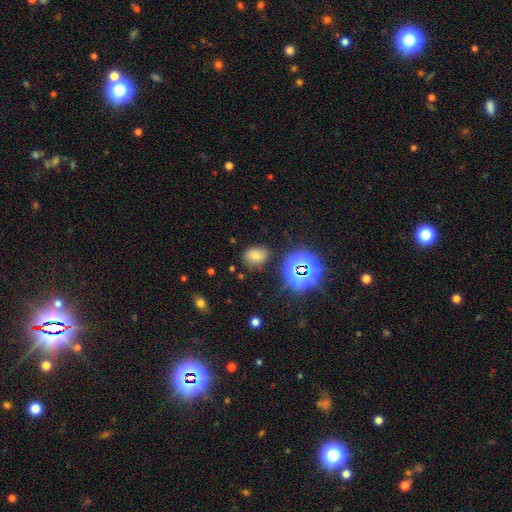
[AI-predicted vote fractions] smooth 57%, star or artifact 32%, featured or disk 11%. Down the decision tree: how rounded — in between (62%); merging — none (81%).